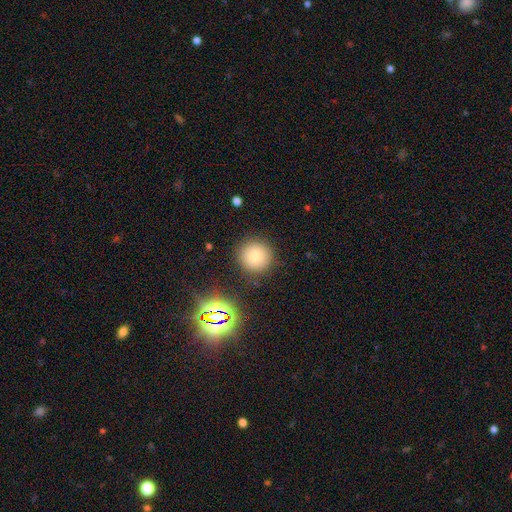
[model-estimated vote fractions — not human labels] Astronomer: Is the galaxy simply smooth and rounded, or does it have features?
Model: smooth — 70%.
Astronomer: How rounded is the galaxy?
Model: round — 95%.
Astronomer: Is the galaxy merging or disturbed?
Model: none — 89%.